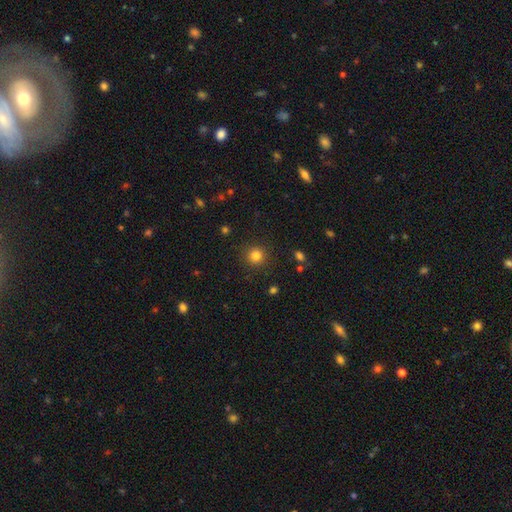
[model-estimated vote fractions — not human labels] Morphology: type=smooth (82%); roundness=round (94%); merging=none (90%).